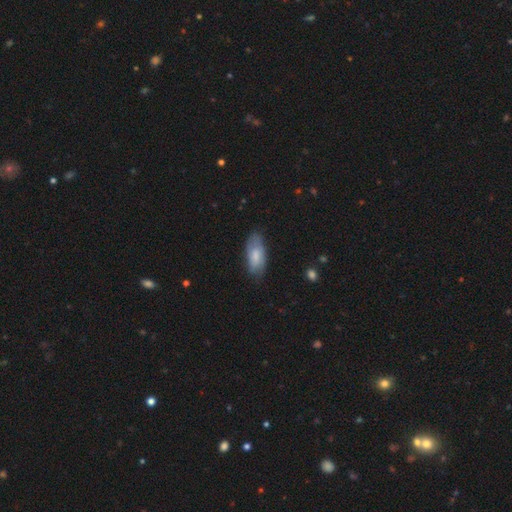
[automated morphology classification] A smooth galaxy with no disk features (76%) that is in between round and cigar-shaped (86%). Merging: none (72%).